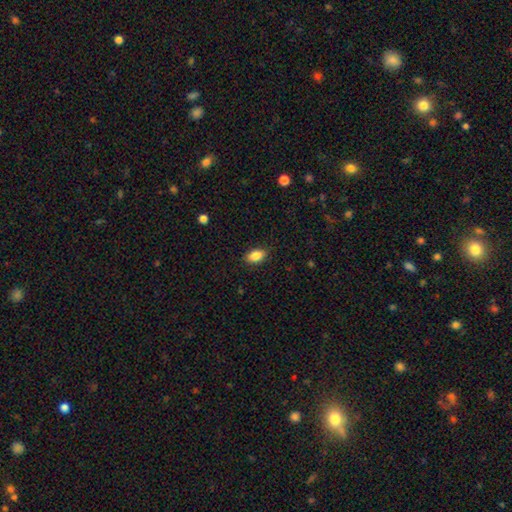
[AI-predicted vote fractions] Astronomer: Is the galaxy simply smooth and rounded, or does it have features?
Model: smooth — 87%.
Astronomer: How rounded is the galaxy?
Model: in between — 89%.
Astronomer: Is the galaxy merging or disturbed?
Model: none — 87%.